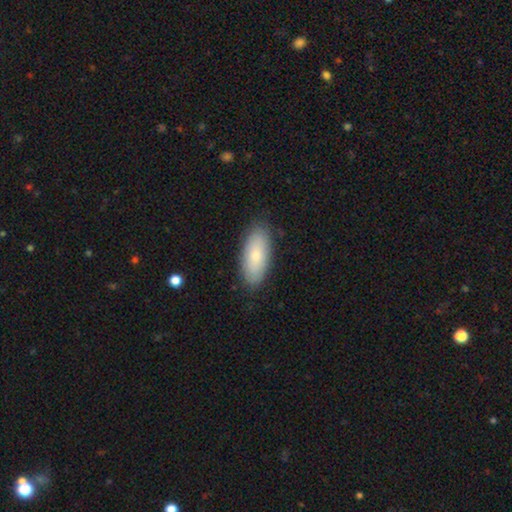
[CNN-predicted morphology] This appears to be a smooth galaxy with no disk features (78%) that is in between round and cigar-shaped (85%). Merging: none (86%).